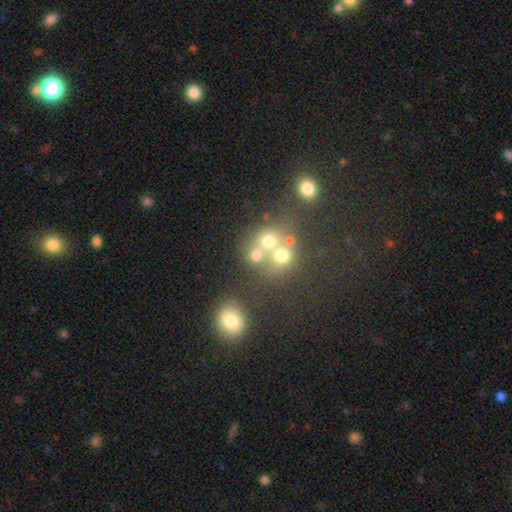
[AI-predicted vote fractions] Smooth or featured?
  - smooth: 61% *
  - star or artifact: 22%
  - featured or disk: 17%
How rounded?
  - round: 78% *
  - in between: 21%
  - cigar-shaped: 1%
Merging?
  - none: 50% *
  - merger: 35%
  - minor disturbance: 9%
  - major disturbance: 6%